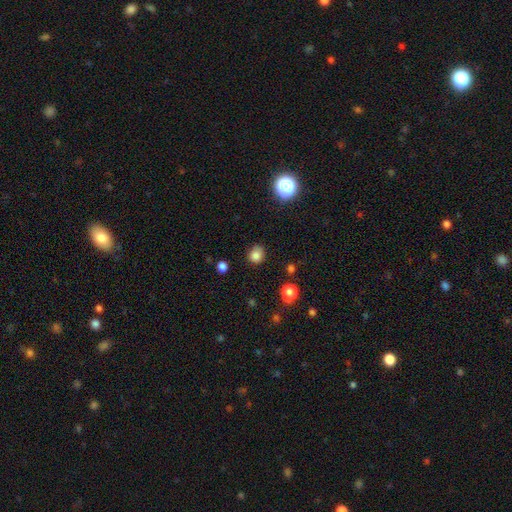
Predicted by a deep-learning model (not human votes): smooth_or_featured: smooth (p=0.81) [alt: star or artifact p=0.13]
how_rounded: round (p=0.82) [alt: in between p=0.17]
merging: none (p=0.80) [alt: minor disturbance p=0.15]